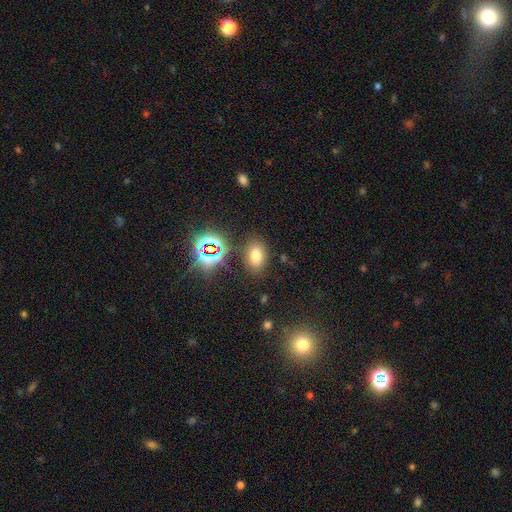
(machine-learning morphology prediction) Q: Smooth or featured?
A: smooth (67%); runner-up: star or artifact (24%)
Q: How rounded?
A: in between (84%); runner-up: round (15%)
Q: Merging?
A: none (80%); runner-up: minor disturbance (11%)